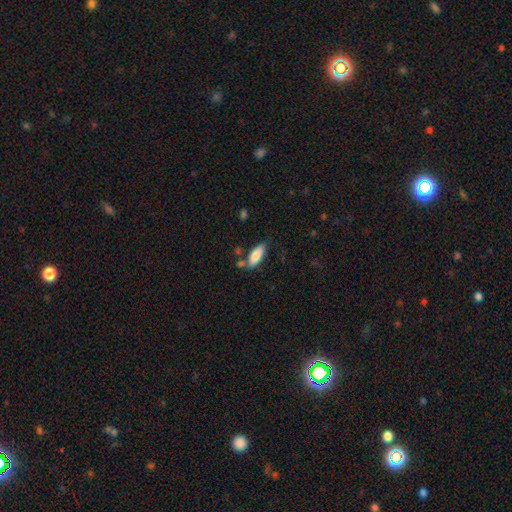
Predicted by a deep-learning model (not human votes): This is clearly a smooth galaxy (82%). How rounded: likely in between (72%). Merging: likely none (67%).